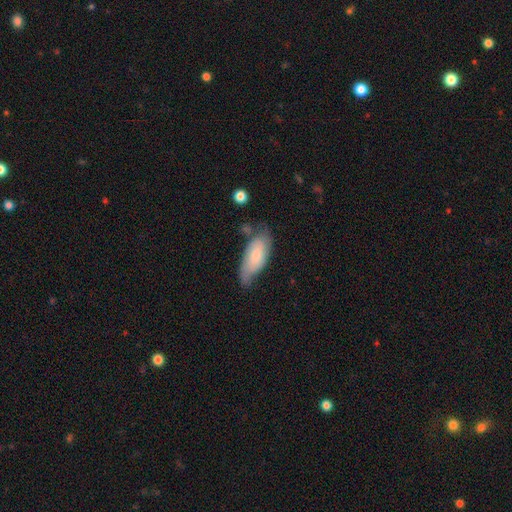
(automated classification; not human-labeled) This is likely a smooth galaxy (64%). How rounded: clearly in between (82%). Merging: possibly none (49%).